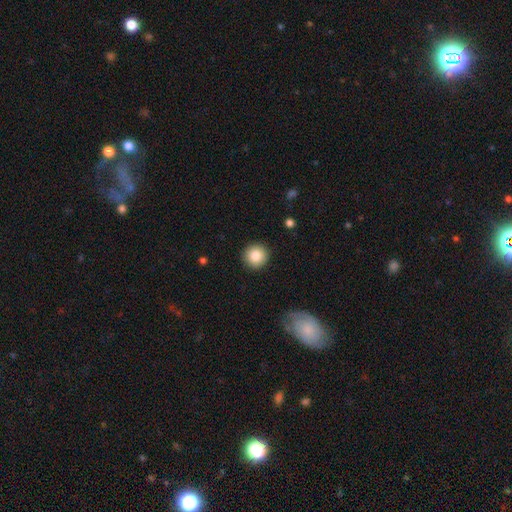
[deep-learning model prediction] A smooth galaxy with no disk features (84%) that is round (95%).

Vote fractions:
- Smooth or featured? smooth: 84% / star or artifact: 9% / featured or disk: 7%
- How rounded? round: 95% / in between: 4% / cigar-shaped: 1%
- Merging? none: 92% / minor disturbance: 6% / major disturbance: 2% / merger: 1%